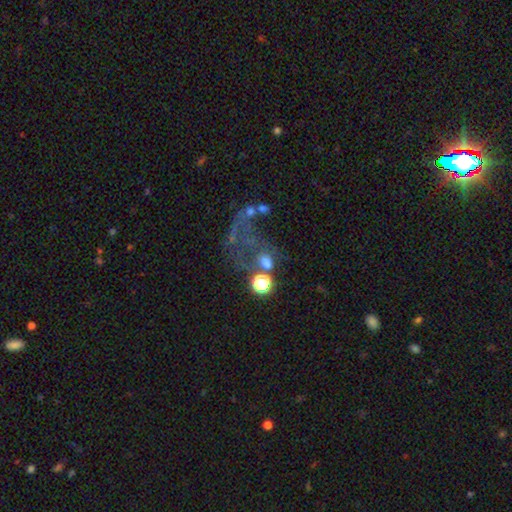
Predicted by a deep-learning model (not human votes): smooth_or_featured: star or artifact (p=0.45) [alt: featured or disk p=0.31]